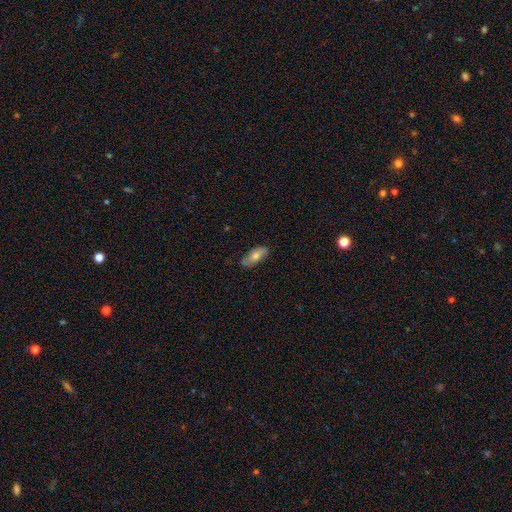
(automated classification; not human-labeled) smooth_or_featured: smooth (p=0.57) [alt: featured or disk p=0.35]
how_rounded: in between (p=0.85) [alt: cigar-shaped p=0.12]
merging: none (p=0.81) [alt: minor disturbance p=0.15]